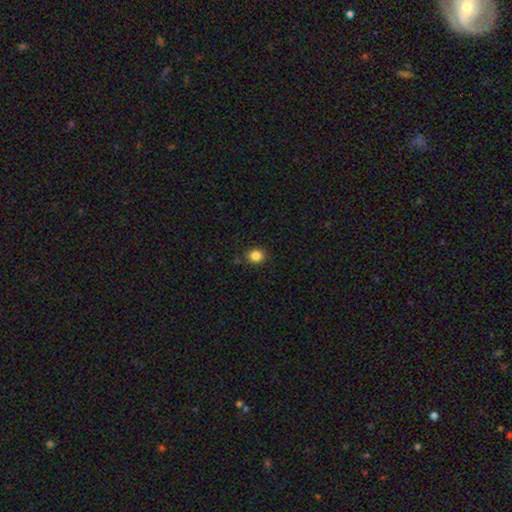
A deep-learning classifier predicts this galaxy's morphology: smooth-or-featured: smooth: 85% | star or artifact: 11% | featured or disk: 4%
  how-rounded: round: 81% | in between: 19% | cigar-shaped: 1%
  merging: none: 88% | minor disturbance: 8% | major disturbance: 2% | merger: 2%